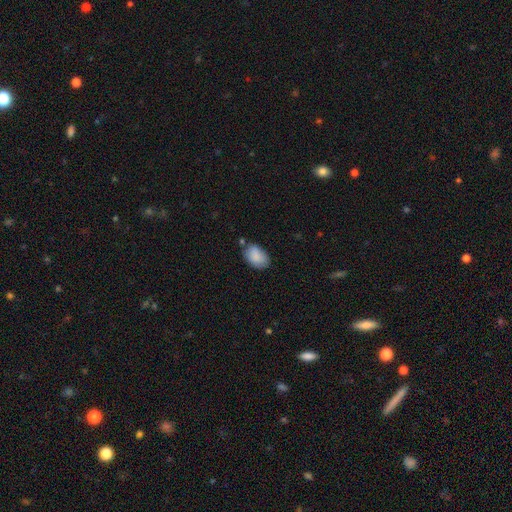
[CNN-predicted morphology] A smooth galaxy with no disk features (87%) that is in between round and cigar-shaped (87%). Merging: none (65%).